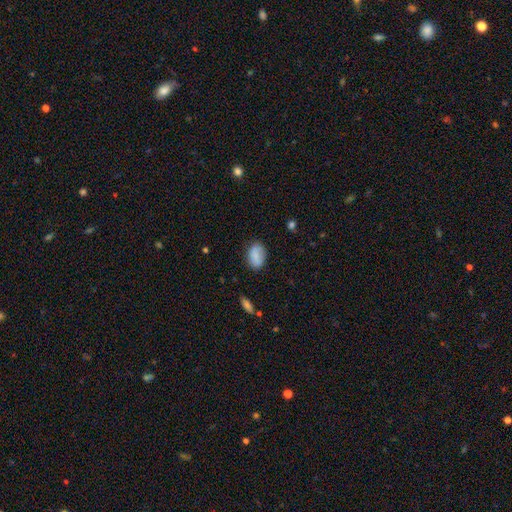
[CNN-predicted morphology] The model was most divided on "merging": none: 79%, minor disturbance: 16%, major disturbance: 4%, merger: 2%. More confident: how rounded — in between (88%); smooth or featured — smooth (84%).